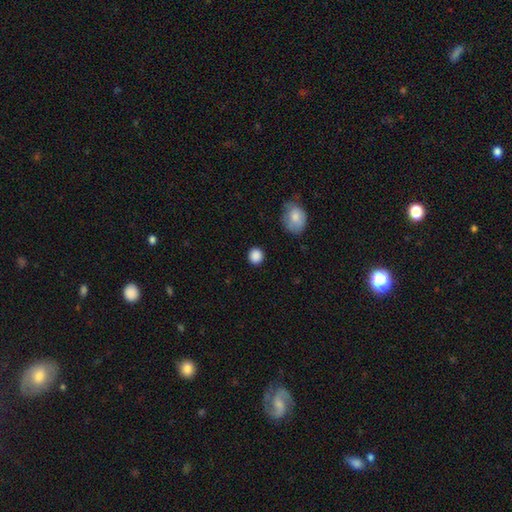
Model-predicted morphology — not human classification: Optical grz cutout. It shows a smooth galaxy with no disk features (88%) that is round (88%). Merging: none (89%).